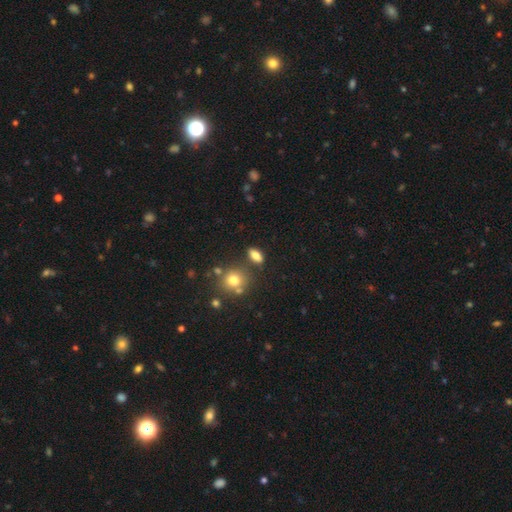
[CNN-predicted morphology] Q: Smooth or featured?
A: smooth (77%); runner-up: featured or disk (12%)
Q: How rounded?
A: in between (77%); runner-up: cigar-shaped (12%)
Q: Merging?
A: none (78%); runner-up: minor disturbance (12%)